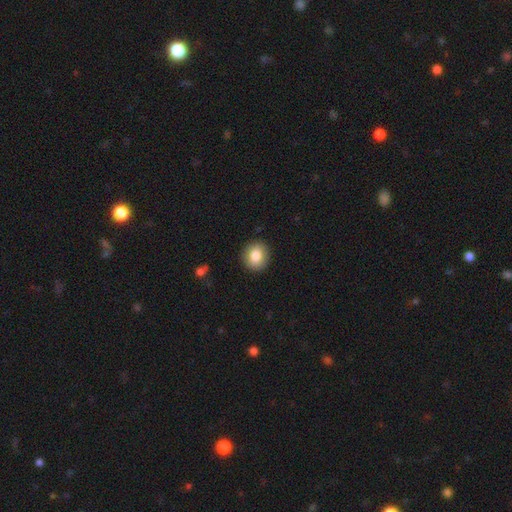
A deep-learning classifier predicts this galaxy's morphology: smooth 83%, featured or disk 9%, star or artifact 8%. Down the decision tree: how rounded — round (83%); merging — none (90%).